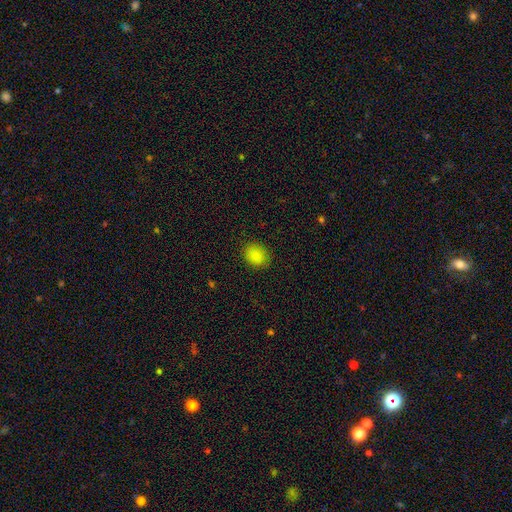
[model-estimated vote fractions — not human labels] Smooth or featured: smooth — 86% (star or artifact — 10%)
How rounded: round — 56% (in between — 43%)
Merging: none — 87% (minor disturbance — 9%)